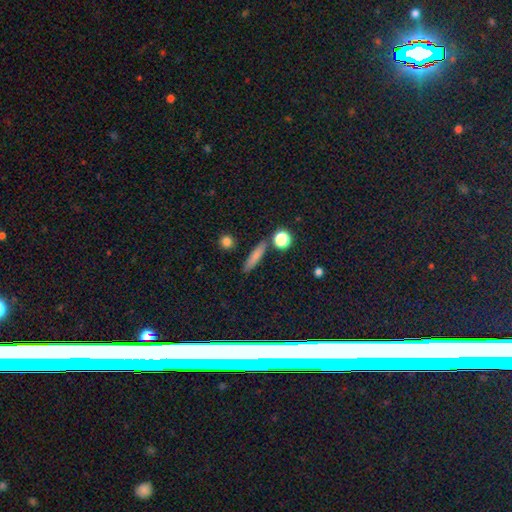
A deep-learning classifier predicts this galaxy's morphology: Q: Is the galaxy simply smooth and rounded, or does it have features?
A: smooth — 75%.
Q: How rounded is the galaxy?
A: cigar-shaped — 81%.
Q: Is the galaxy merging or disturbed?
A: none — 86%.